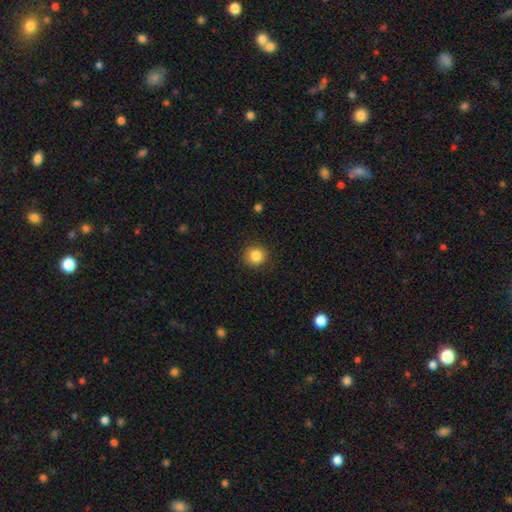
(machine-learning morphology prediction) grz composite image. It shows a smooth galaxy with no disk features (86%) that is round (92%). Merging: none (89%).